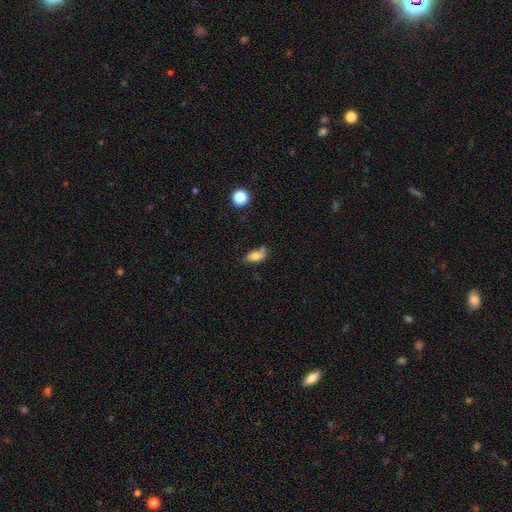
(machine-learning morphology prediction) Smooth or featured: smooth — 75% (featured or disk — 16%)
How rounded: in between — 87% (cigar-shaped — 7%)
Merging: none — 53% (minor disturbance — 29%)